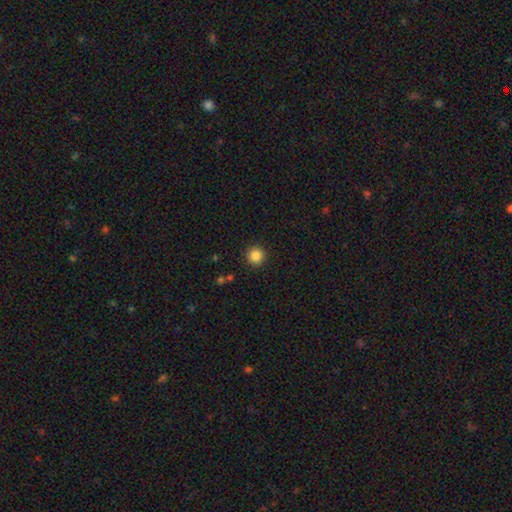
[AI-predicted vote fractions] Morphology: type=smooth (86%); roundness=round (95%); merging=none (92%).